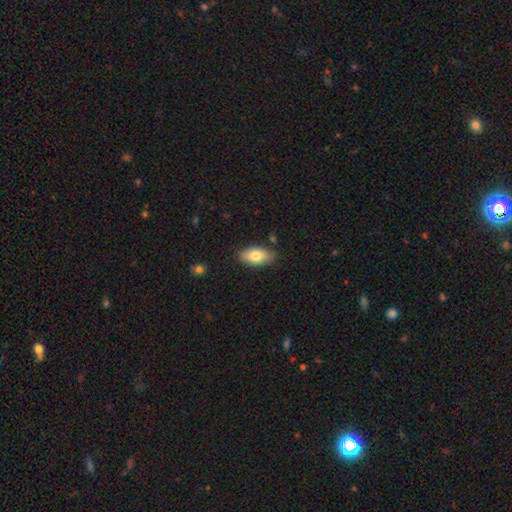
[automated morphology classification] Overall: smooth (77%). How rounded: in between (92%). Merging: none (84%).